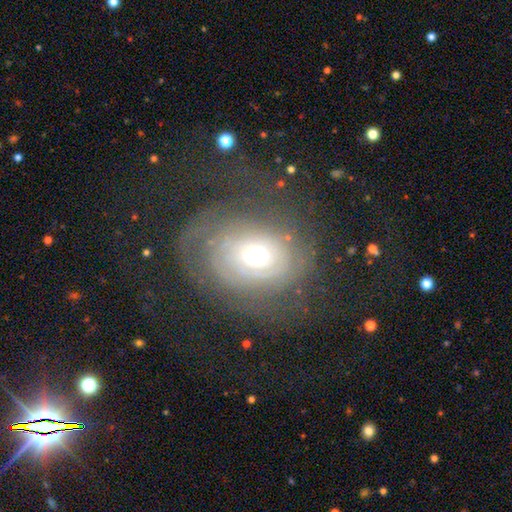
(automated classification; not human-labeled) Q: Smooth or featured?
A: featured or disk (71%); runner-up: smooth (20%)
Q: Edge-on disk?
A: no (96%); runner-up: yes (4%)
Q: Bar?
A: no (81%); runner-up: weak (15%)
Q: Spiral arms?
A: yes (80%); runner-up: no (20%)
Q: Spiral winding?
A: tight (70%); runner-up: medium (20%)
Q: Spiral arm count?
A: can't tell (51%); runner-up: 2 (21%)
Q: Bulge size?
A: moderate (46%); runner-up: small (44%)
Q: Merging?
A: none (60%); runner-up: major disturbance (22%)